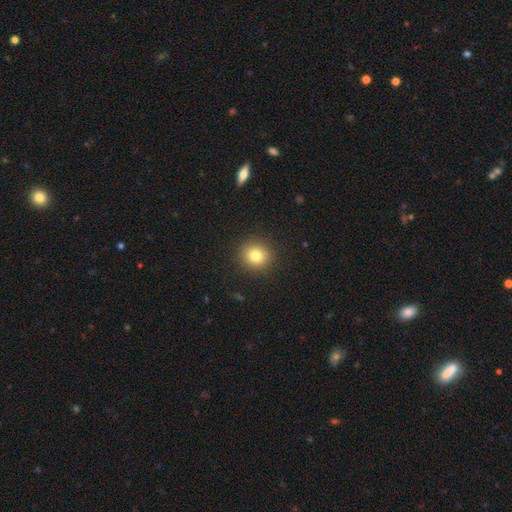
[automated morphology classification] A smooth galaxy with no disk features (81%) that is round (87%). Merging: none (90%).